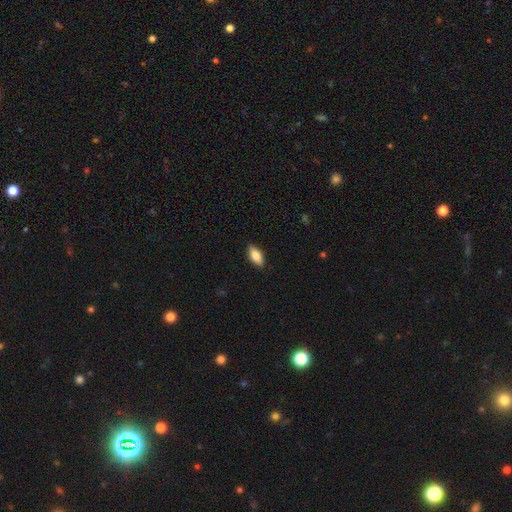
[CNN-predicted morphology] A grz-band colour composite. It shows a smooth galaxy with no disk features (82%) that is in between round and cigar-shaped (86%). Merging: none (86%).